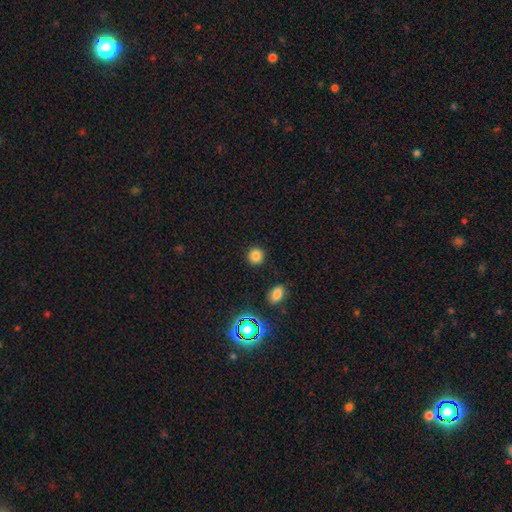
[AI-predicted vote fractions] Smooth or featured: smooth — 82% (star or artifact — 13%)
How rounded: round — 92% (in between — 7%)
Merging: none — 90% (minor disturbance — 6%)